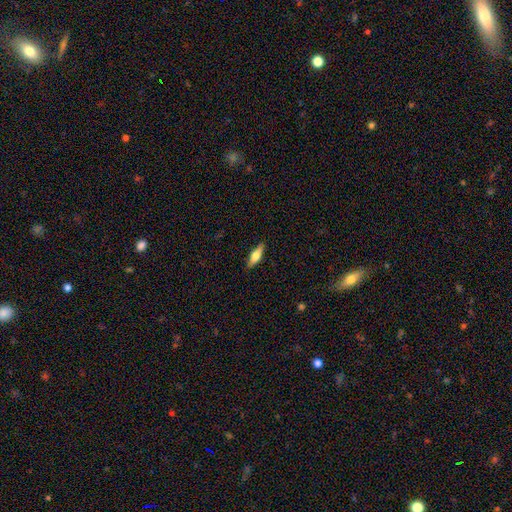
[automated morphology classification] Overall: smooth (52%; featured or disk 41%). How rounded: cigar-shaped (51%; in between 47%). Merging: none (88%).